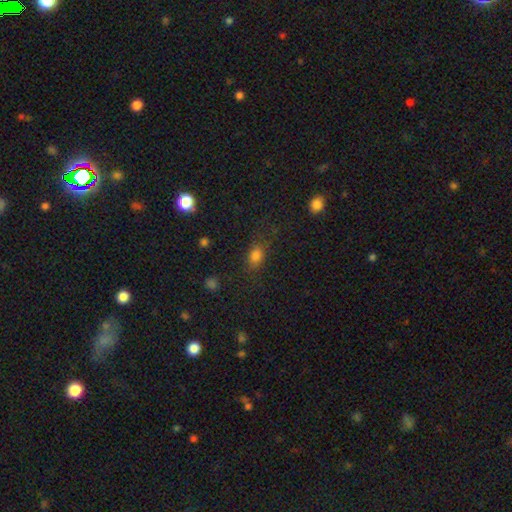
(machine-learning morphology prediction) Smooth or featured: smooth — 78% (star or artifact — 15%)
How rounded: in between — 75% (round — 21%)
Merging: none — 72% (minor disturbance — 17%)